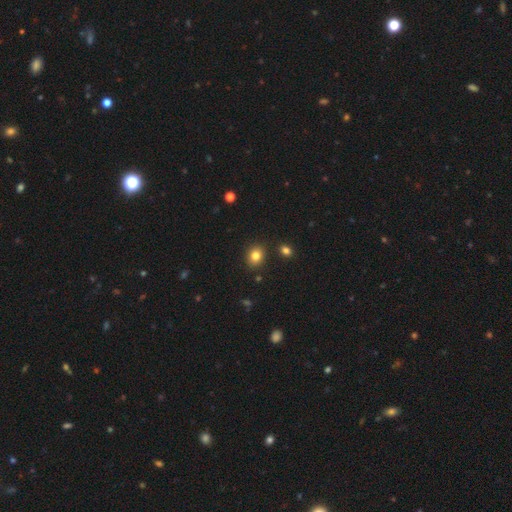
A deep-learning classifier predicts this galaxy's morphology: Smooth or featured? Predicted: smooth (p=0.82). How rounded? Predicted: round (p=0.60). Merging? Predicted: none (p=0.87).